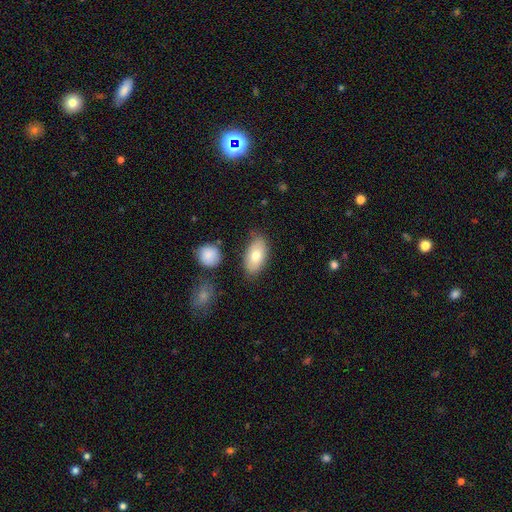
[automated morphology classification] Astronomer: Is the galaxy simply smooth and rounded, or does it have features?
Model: smooth — 76%.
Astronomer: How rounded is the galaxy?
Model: in between — 93%.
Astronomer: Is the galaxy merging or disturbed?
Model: none — 78%.